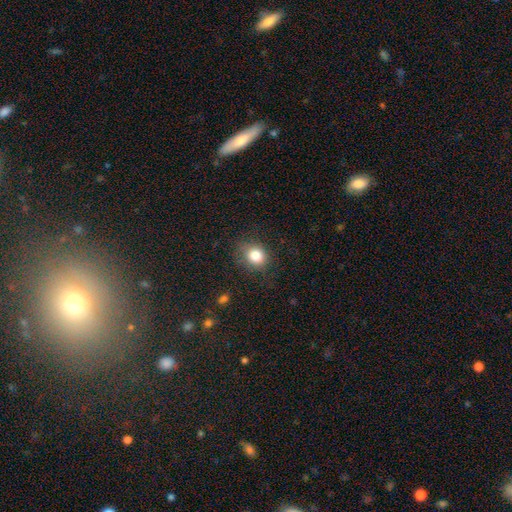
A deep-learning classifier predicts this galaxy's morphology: Smooth or featured: smooth — 83% (star or artifact — 11%)
How rounded: round — 70% (in between — 29%)
Merging: none — 78% (minor disturbance — 16%)